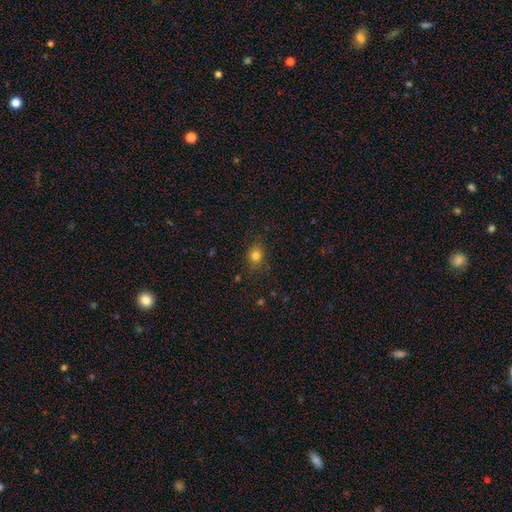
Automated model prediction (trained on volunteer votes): Smooth or featured? Predicted: smooth (p=0.81). How rounded? Predicted: round (p=0.64). Merging? Predicted: none (p=0.83).